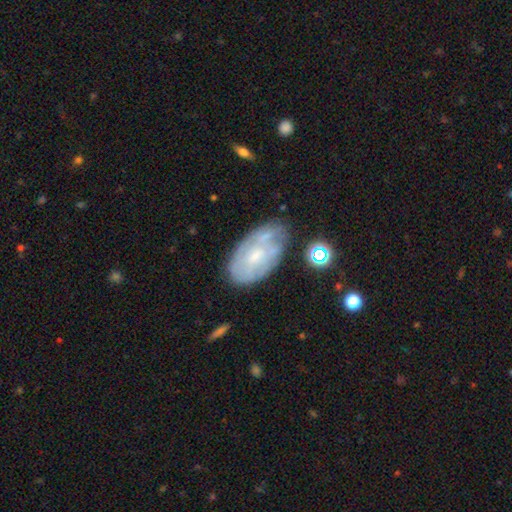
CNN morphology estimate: Smooth or featured? featured or disk (56%)
Edge-on disk? no (94%)
Bar? no (72%)
Spiral arms? yes (55%)
Bulge size? small (60%)
Merging? none (60%)